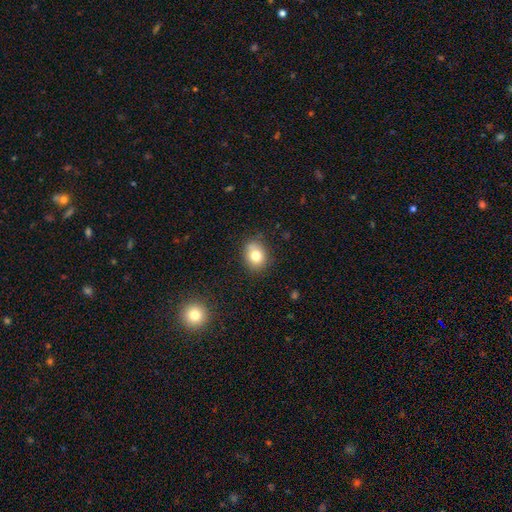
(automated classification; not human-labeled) Q: Smooth or featured?
A: smooth (79%); runner-up: featured or disk (11%)
Q: How rounded?
A: round (54%); runner-up: in between (45%)
Q: Merging?
A: none (82%); runner-up: minor disturbance (13%)